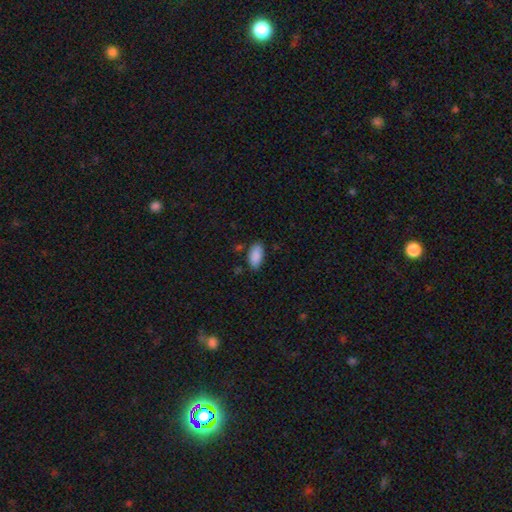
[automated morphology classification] smooth_or_featured: smooth (p=0.89) [alt: star or artifact p=0.07]
how_rounded: in between (p=0.92) [alt: cigar-shaped p=0.05]
merging: none (p=0.83) [alt: minor disturbance p=0.12]